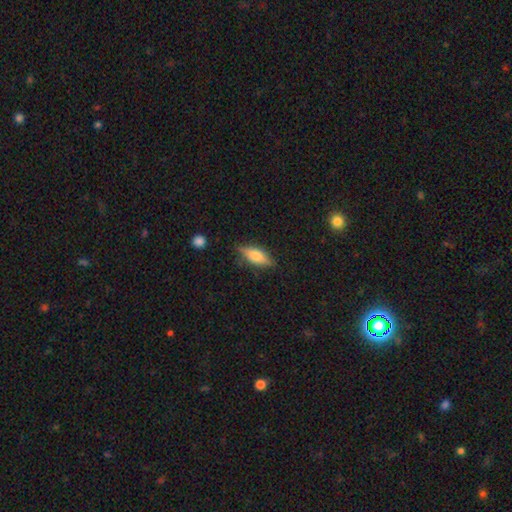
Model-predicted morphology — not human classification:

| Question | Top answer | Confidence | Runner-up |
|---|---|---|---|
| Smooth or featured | smooth | 57% | featured or disk (35%) |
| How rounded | in between | 63% | cigar-shaped (34%) |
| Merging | none | 79% | minor disturbance (16%) |